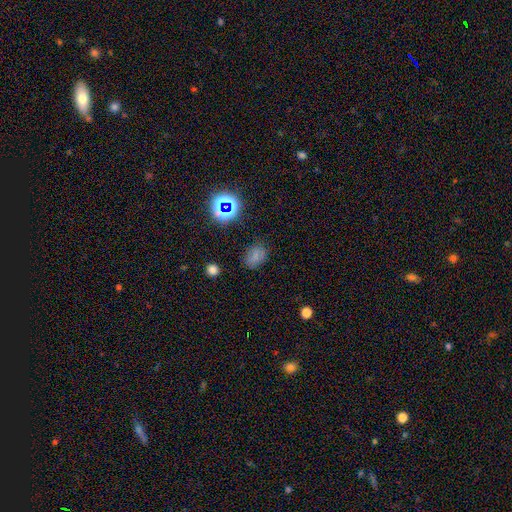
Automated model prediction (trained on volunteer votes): Smooth or featured: smooth — 68% (star or artifact — 23%)
How rounded: in between — 71% (round — 27%)
Merging: none — 78% (minor disturbance — 15%)